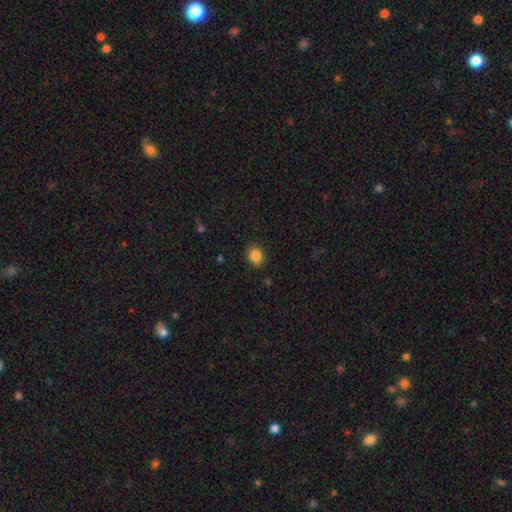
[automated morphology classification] Smooth or featured?
  - smooth: 85% *
  - star or artifact: 10%
  - featured or disk: 4%
How rounded?
  - round: 58% *
  - in between: 41%
  - cigar-shaped: 1%
Merging?
  - none: 81% *
  - minor disturbance: 15%
  - major disturbance: 3%
  - merger: 1%